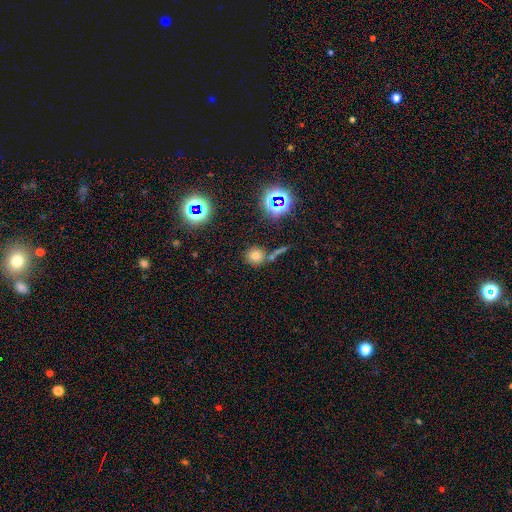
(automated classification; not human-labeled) smooth_or_featured: smooth (p=0.70) [alt: star or artifact p=0.22]
how_rounded: round (p=0.88) [alt: in between p=0.11]
merging: none (p=0.72) [alt: merger p=0.14]